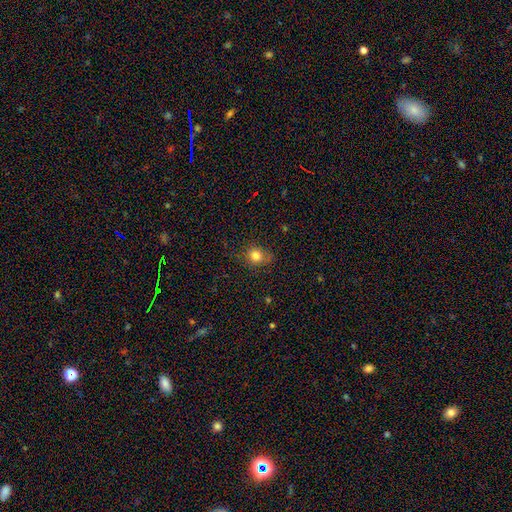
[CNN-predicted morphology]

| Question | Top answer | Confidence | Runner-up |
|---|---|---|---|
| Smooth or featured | smooth | 81% | star or artifact (12%) |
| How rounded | round | 77% | in between (22%) |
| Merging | none | 75% | minor disturbance (18%) |